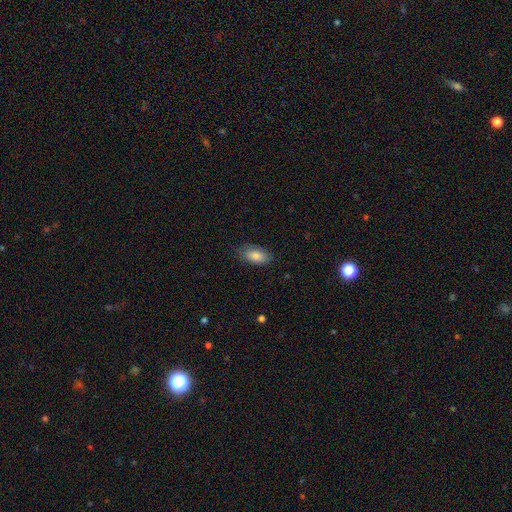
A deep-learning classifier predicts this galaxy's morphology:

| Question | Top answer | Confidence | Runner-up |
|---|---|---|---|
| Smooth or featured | smooth | 83% | featured or disk (10%) |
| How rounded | in between | 92% | round (4%) |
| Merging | none | 77% | minor disturbance (18%) |